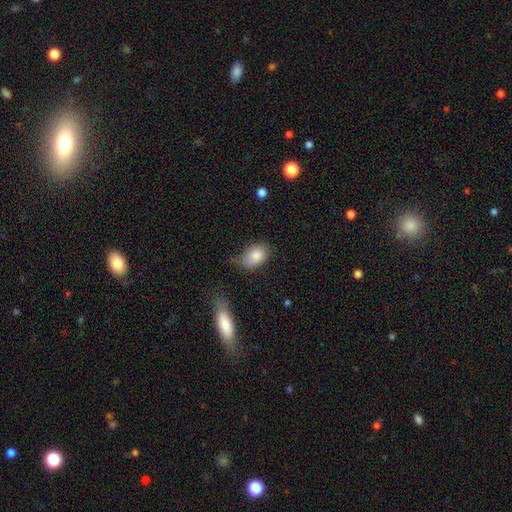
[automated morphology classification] smooth 82%, featured or disk 10%, star or artifact 8%. Down the decision tree: how rounded — in between (83%); merging — none (47%).